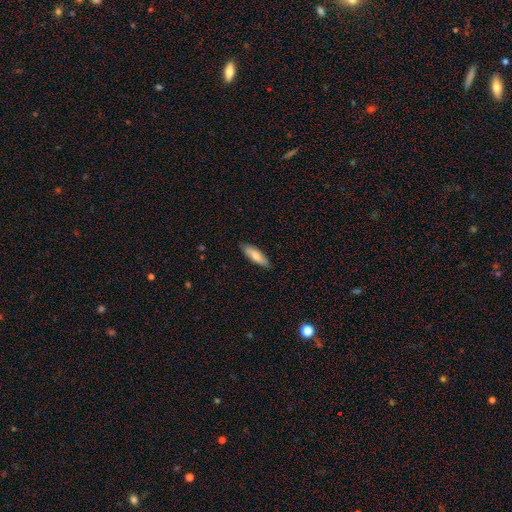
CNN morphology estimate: This is likely a smooth galaxy (74%). How rounded: possibly in between (50%). Merging: clearly none (86%).